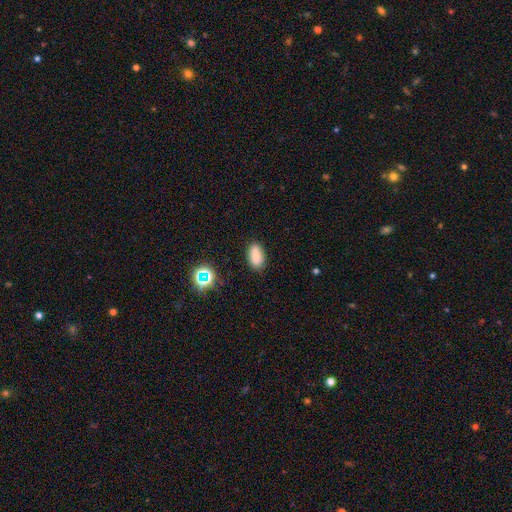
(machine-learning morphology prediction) Smooth or featured? Predicted: smooth (p=0.83). How rounded? Predicted: in between (p=0.90). Merging? Predicted: none (p=0.85).